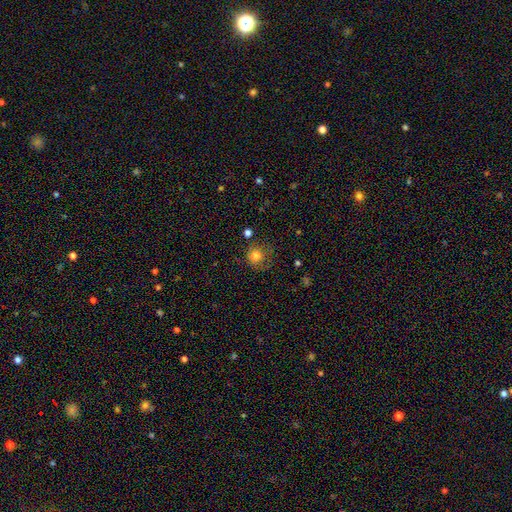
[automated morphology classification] smooth 79%, star or artifact 13%, featured or disk 8%. Down the decision tree: how rounded — round (87%); merging — none (65%).